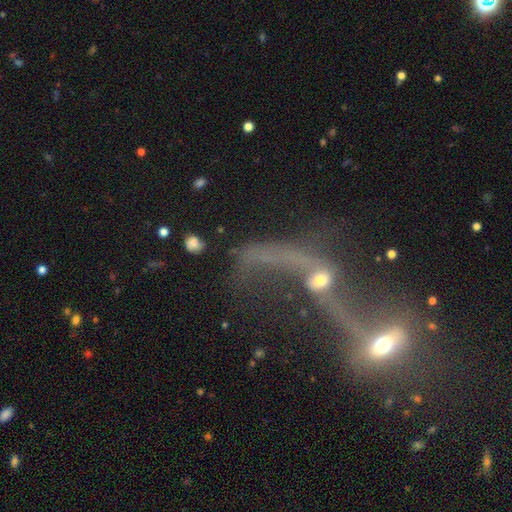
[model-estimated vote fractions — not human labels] Smooth or featured: featured or disk — 58% (smooth — 24%)
Edge-on disk: no — 87% (yes — 13%)
Bar: no — 63% (weak — 23%)
Spiral arms: yes — 59% (no — 41%)
Bulge size: small — 40% (tied with moderate — 40%)
Merging: merger — 38% (major disturbance — 32%)